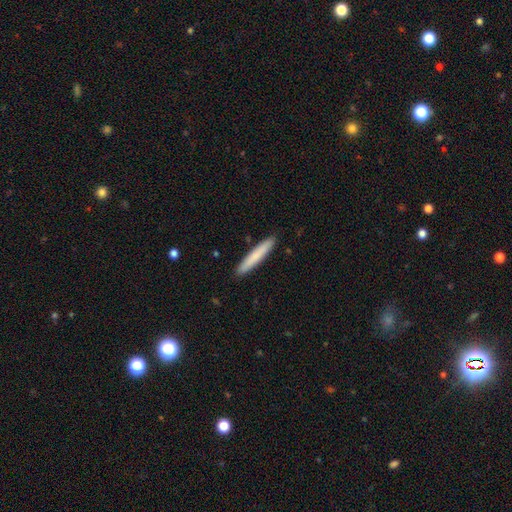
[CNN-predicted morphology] A smooth galaxy with no disk features (78%) that is cigar-shaped (95%).

Vote fractions:
- Smooth or featured? smooth: 78% / featured or disk: 16% / star or artifact: 5%
- How rounded? cigar-shaped: 95% / in between: 4% / round: 1%
- Merging? none: 91% / minor disturbance: 6% / major disturbance: 1% / merger: 1%